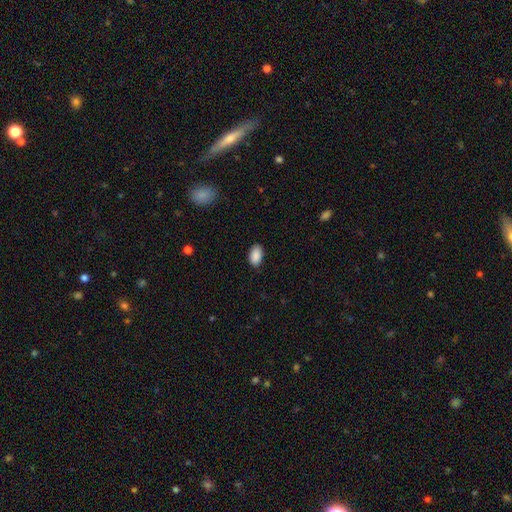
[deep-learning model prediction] Smooth or featured? smooth (90%)
How rounded? in between (93%)
Merging? none (85%)